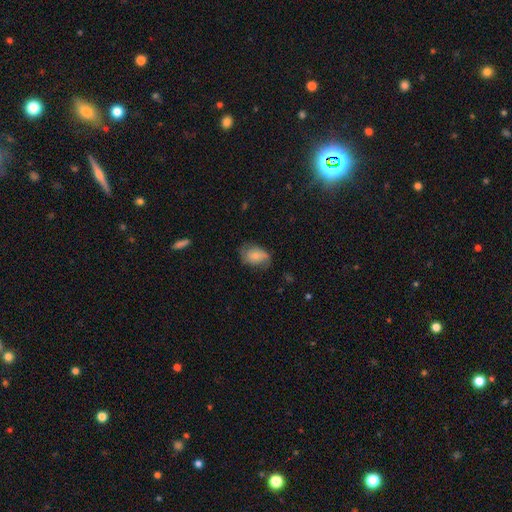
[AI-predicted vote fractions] A smooth galaxy with no disk features (62%) that is in between round and cigar-shaped (80%).

Vote fractions:
- Smooth or featured? smooth: 62% / featured or disk: 30% / star or artifact: 8%
- How rounded? in between: 80% / round: 18% / cigar-shaped: 1%
- Merging? none: 58% / minor disturbance: 29% / major disturbance: 12% / merger: 1%